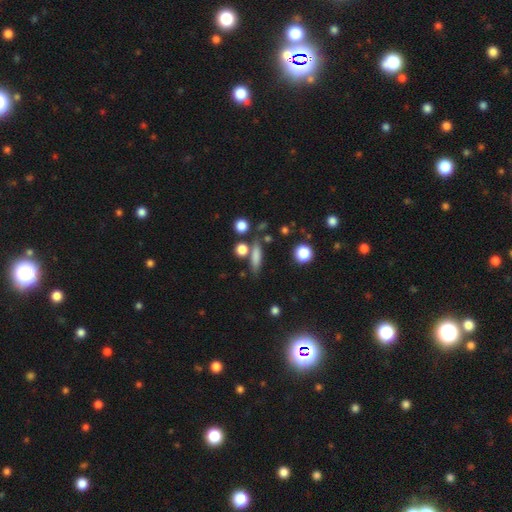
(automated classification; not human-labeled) Overall: smooth (74%). How rounded: cigar-shaped (68%). Merging: none (72%).